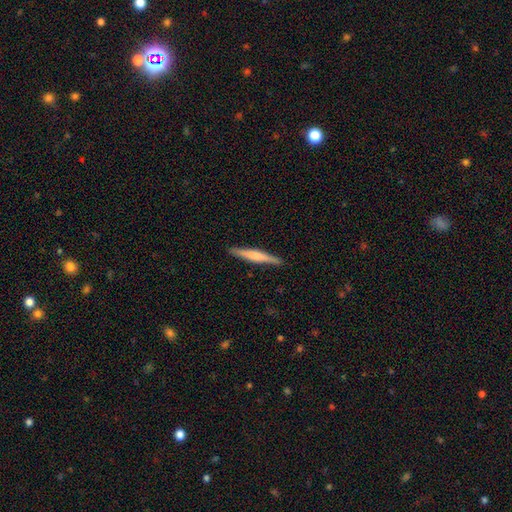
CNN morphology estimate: This appears to be a featured or disk galaxy (49%). Merging: none (91%).